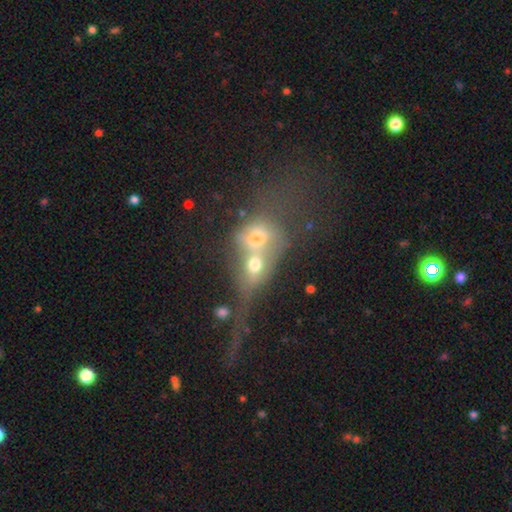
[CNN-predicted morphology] This is marginally a smooth galaxy (43%). Merging: likely merger (78%).